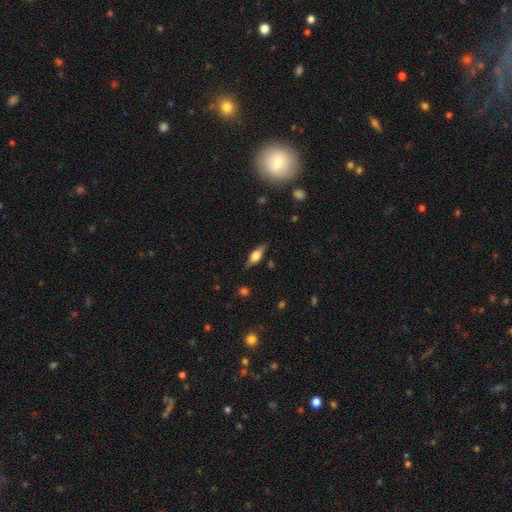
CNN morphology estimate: A featured or disk galaxy (49%).

Vote fractions:
- Smooth or featured? featured or disk: 49% / smooth: 44% / star or artifact: 7%
- Merging? none: 84% / minor disturbance: 12% / major disturbance: 3% / merger: 1%